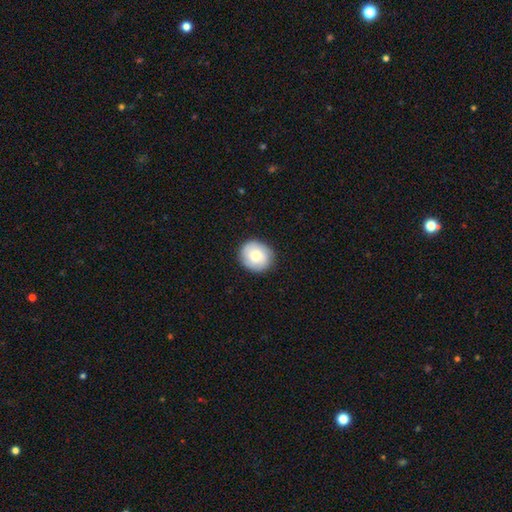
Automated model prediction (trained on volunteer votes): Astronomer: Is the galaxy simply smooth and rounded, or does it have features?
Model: smooth — 70%.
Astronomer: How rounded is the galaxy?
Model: round — 82%.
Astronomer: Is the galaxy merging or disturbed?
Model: none — 86%.